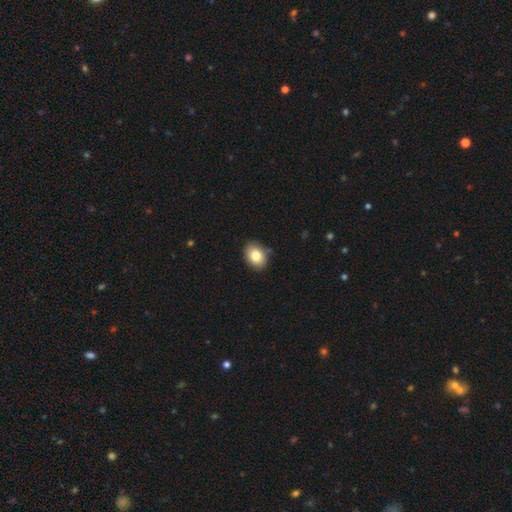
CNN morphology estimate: smooth_or_featured: smooth (p=0.82) [alt: featured or disk p=0.10]
how_rounded: in between (p=0.74) [alt: round p=0.25]
merging: none (p=0.84) [alt: minor disturbance p=0.12]